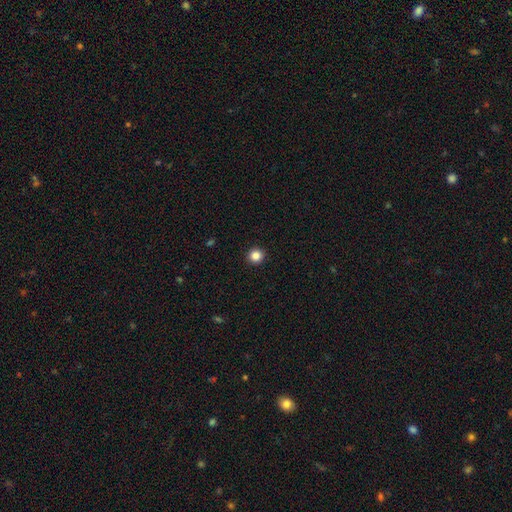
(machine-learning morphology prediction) smooth_or_featured: smooth (p=0.85) [alt: star or artifact p=0.11]
how_rounded: round (p=0.95) [alt: in between p=0.04]
merging: none (p=0.94) [alt: minor disturbance p=0.04]